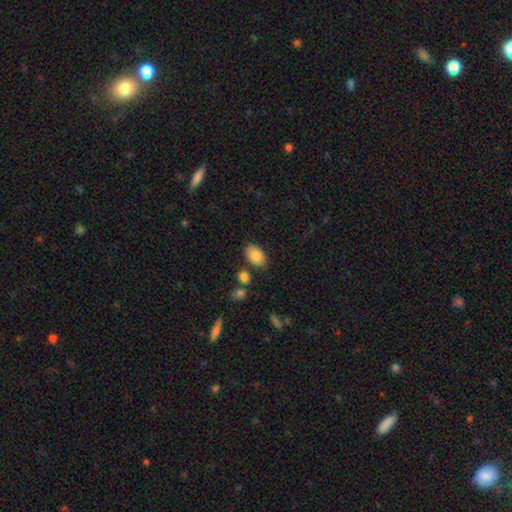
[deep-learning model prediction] Smooth or featured? Predicted: smooth (p=0.87). How rounded? Predicted: in between (p=0.90). Merging? Predicted: none (p=0.80).